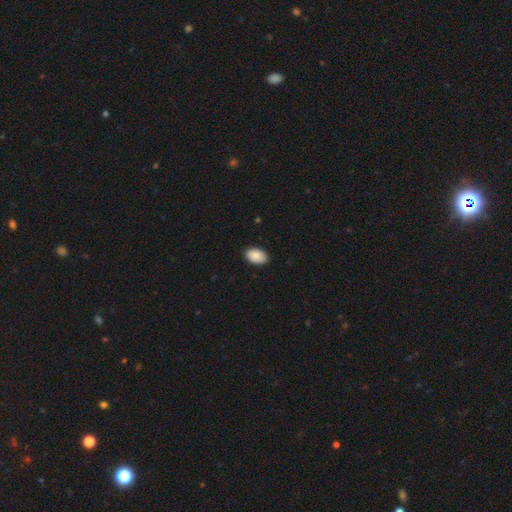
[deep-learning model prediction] A smooth galaxy with no disk features (90%) that is in between round and cigar-shaped (92%). Merging: none (90%).